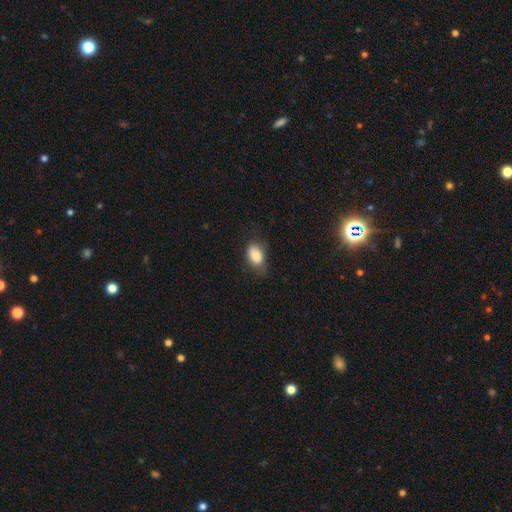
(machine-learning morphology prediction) Smooth or featured?
  - smooth: 82% *
  - featured or disk: 10%
  - star or artifact: 8%
How rounded?
  - in between: 86% *
  - round: 12%
  - cigar-shaped: 2%
Merging?
  - none: 61% *
  - minor disturbance: 29%
  - major disturbance: 9%
  - merger: 1%